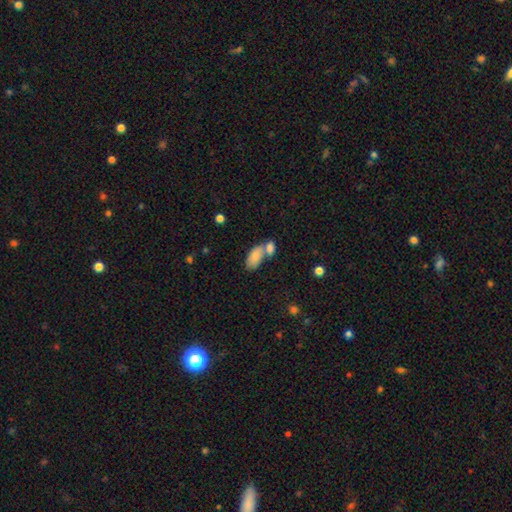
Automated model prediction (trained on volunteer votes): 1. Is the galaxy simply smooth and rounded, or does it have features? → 82% smooth, 11% featured or disk, 7% star or artifact.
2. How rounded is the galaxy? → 93% in between, 4% cigar-shaped, 3% round.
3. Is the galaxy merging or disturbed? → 51% merger, 34% none, 11% minor disturbance, 4% major disturbance.